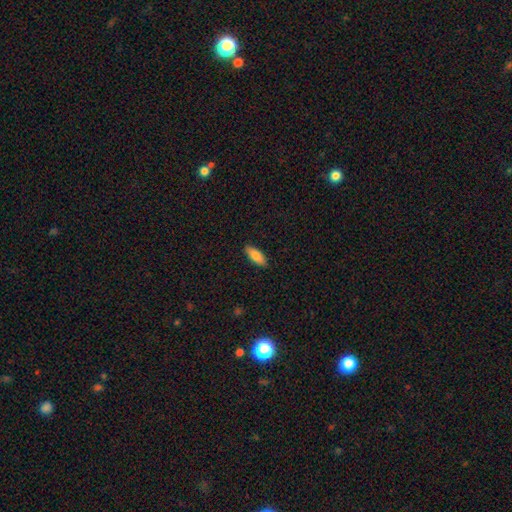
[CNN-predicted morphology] Overall: smooth (84%). How rounded: in between (72%). Merging: none (89%).